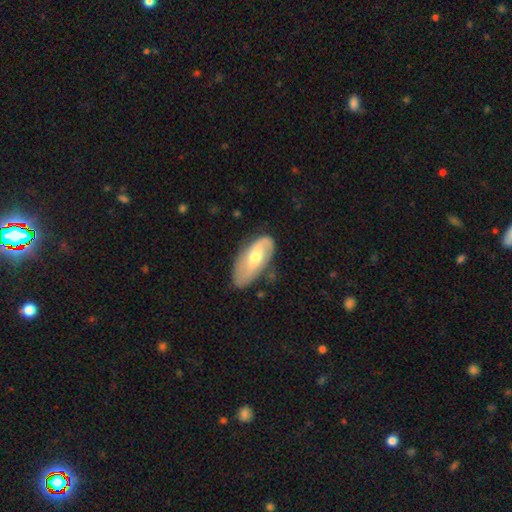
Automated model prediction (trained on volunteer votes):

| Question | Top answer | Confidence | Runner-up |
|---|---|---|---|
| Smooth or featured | featured or disk | 59% | smooth (35%) |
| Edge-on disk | no | 90% | yes (10%) |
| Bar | no | 47% | weak (38%) |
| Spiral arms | yes | 79% | no (21%) |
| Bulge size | moderate | 64% | small (28%) |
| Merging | none | 64% | minor disturbance (25%) |